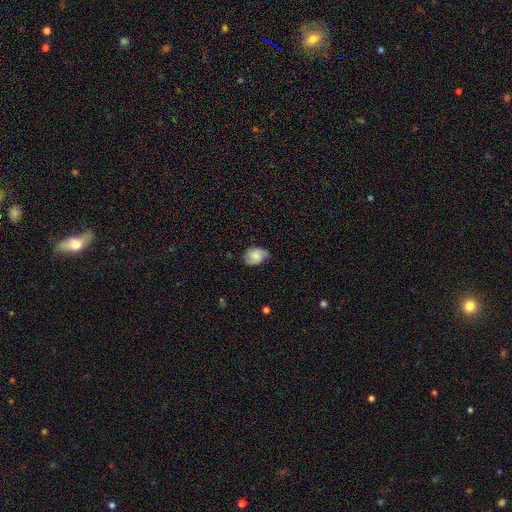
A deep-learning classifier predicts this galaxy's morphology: This is possibly a smooth galaxy (56%). How rounded: likely in between (68%). Merging: possibly none (59%).